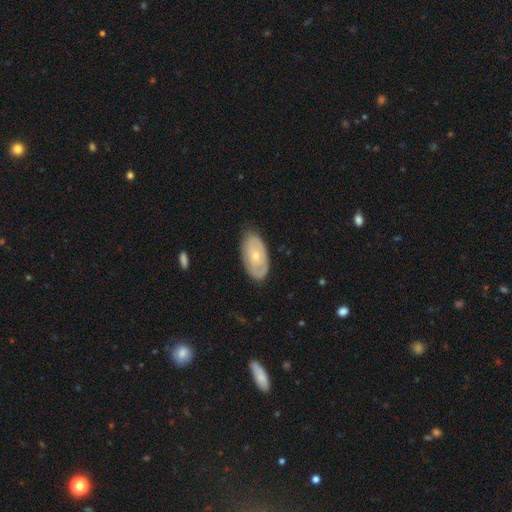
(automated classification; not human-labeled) Smooth or featured: featured or disk — 48% (smooth — 47%)
Merging: none — 76% (minor disturbance — 19%)